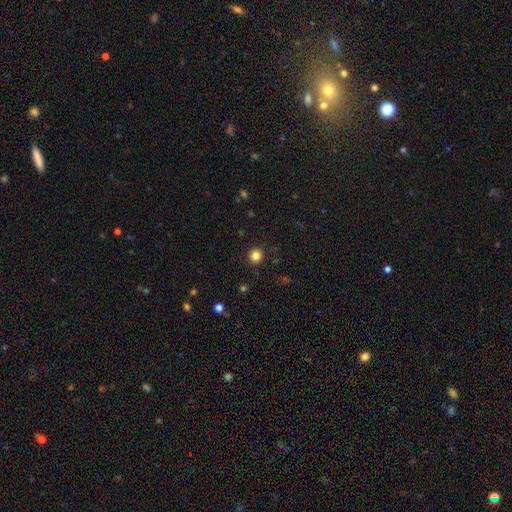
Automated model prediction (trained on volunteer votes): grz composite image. It shows a smooth galaxy with no disk features (84%) that is round (94%). Merging: none (91%).